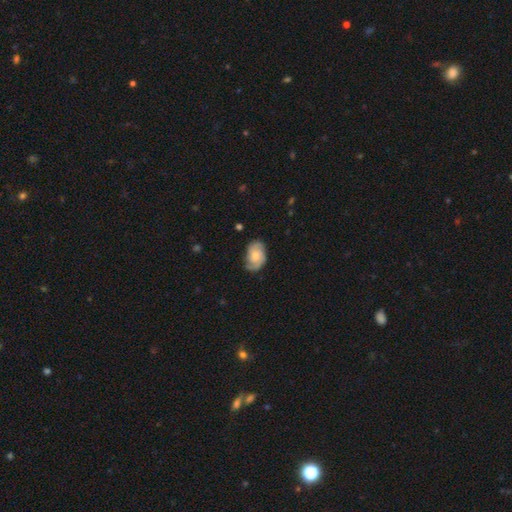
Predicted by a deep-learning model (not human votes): Smooth or featured: featured or disk — 61% (smooth — 32%)
Edge-on disk: no — 97% (yes — 3%)
Bar: no — 74% (weak — 23%)
Spiral arms: yes — 92% (no — 8%)
Spiral winding: medium — 42% (tight — 39%)
Spiral arm count: 2 — 45% (3 — 24%)
Bulge size: moderate — 45% (small — 40%)
Merging: none — 69% (minor disturbance — 23%)